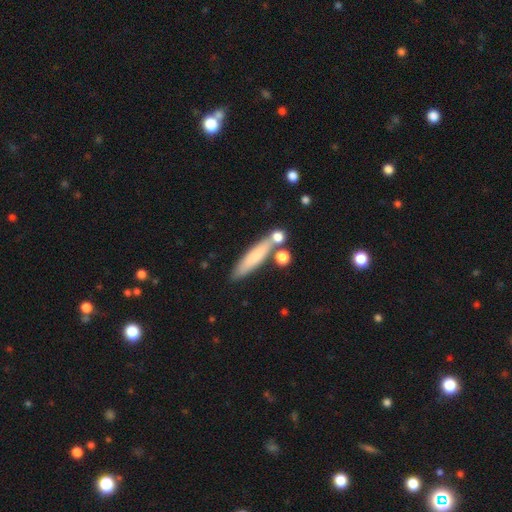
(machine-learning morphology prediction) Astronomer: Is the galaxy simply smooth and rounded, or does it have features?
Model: smooth — 70%.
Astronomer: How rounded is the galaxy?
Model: cigar-shaped — 83%.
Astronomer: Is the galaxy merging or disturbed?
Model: none — 69%.